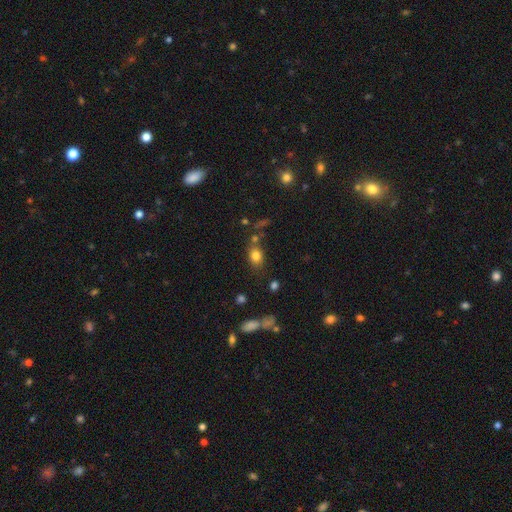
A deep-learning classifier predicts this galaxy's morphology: A smooth galaxy with no disk features (80%) that is in between round and cigar-shaped (59%).

Vote fractions:
- Smooth or featured? smooth: 80% / star or artifact: 12% / featured or disk: 8%
- How rounded? in between: 59% / round: 40% / cigar-shaped: 2%
- Merging? none: 67% / minor disturbance: 16% / merger: 12% / major disturbance: 6%